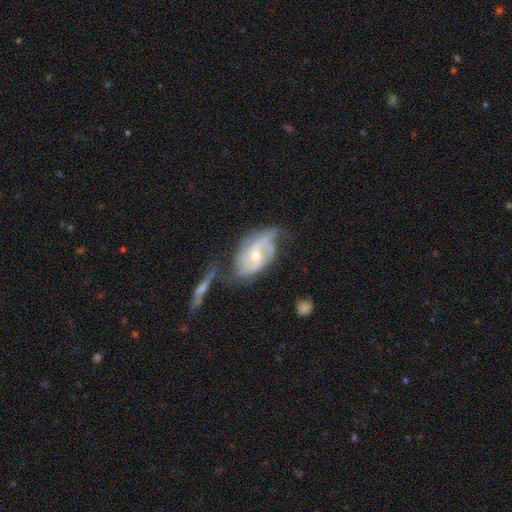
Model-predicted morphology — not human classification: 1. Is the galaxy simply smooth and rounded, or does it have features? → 80% featured or disk, 14% smooth, 6% star or artifact.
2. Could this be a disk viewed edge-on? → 95% no, 5% yes.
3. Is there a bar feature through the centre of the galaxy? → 55% no, 37% weak, 8% strong.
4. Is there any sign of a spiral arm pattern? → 92% yes, 8% no.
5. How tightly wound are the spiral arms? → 41% medium, 35% tight, 23% loose.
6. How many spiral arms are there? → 54% 2, 21% can't tell, 13% 3, 6% 1, 3% 4, 2% more than 4.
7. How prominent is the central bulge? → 49% moderate, 47% small, 2% large, 1% none, 1% dominant.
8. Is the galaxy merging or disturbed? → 39% none, 26% minor disturbance, 20% major disturbance, 15% merger.